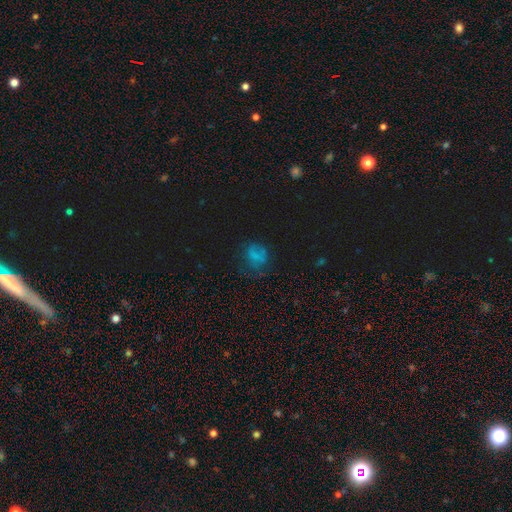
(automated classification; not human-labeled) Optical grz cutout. It shows a smooth galaxy with no disk features (50%). Merging: none (60%).